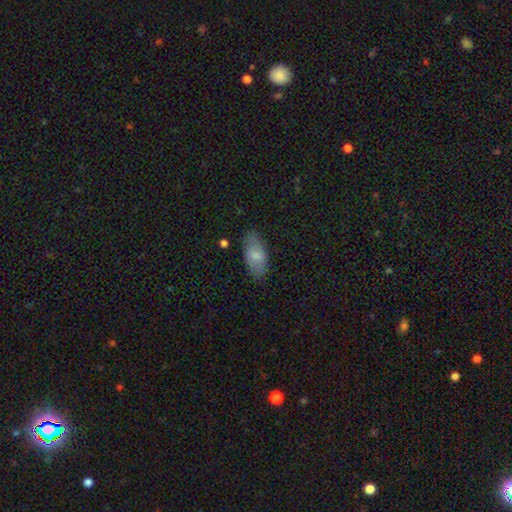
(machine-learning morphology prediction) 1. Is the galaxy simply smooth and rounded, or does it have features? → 75% smooth, 18% featured or disk, 7% star or artifact.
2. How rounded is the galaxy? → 92% in between, 6% cigar-shaped, 3% round.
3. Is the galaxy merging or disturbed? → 79% none, 15% minor disturbance, 4% major disturbance, 2% merger.